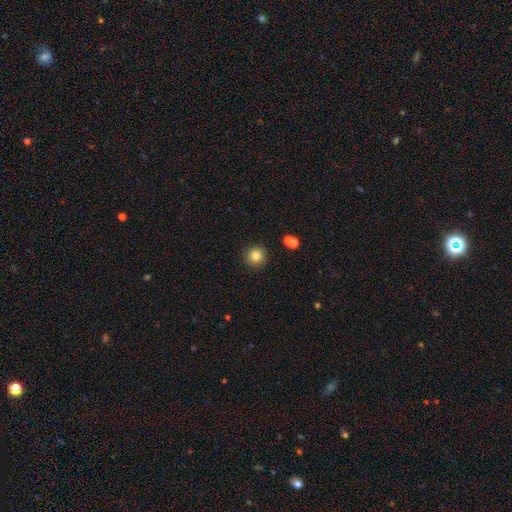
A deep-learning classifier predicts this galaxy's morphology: Smooth or featured: smooth — 82% (star or artifact — 11%)
How rounded: round — 94% (in between — 5%)
Merging: none — 89% (minor disturbance — 6%)